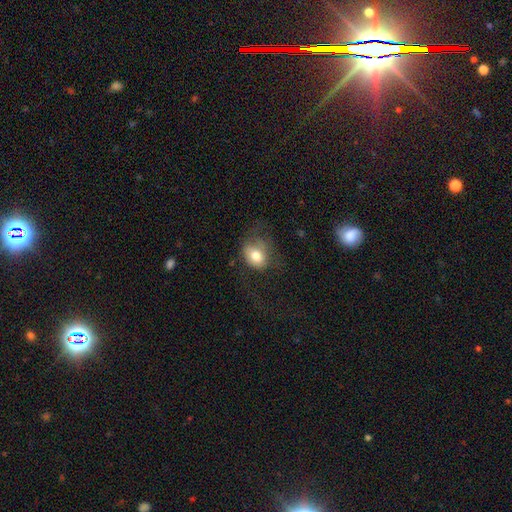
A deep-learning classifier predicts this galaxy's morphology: This is likely a smooth galaxy (75%). How rounded: possibly in between (59%). Merging: marginally none (45%).